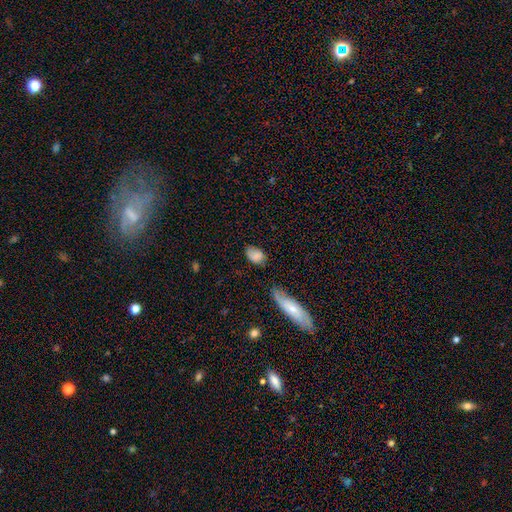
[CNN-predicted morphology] A smooth galaxy with no disk features (77%) that is in between round and cigar-shaped (84%).

Vote fractions:
- Smooth or featured? smooth: 77% / featured or disk: 15% / star or artifact: 9%
- How rounded? in between: 84% / round: 14% / cigar-shaped: 2%
- Merging? none: 57% / minor disturbance: 29% / major disturbance: 9% / merger: 4%